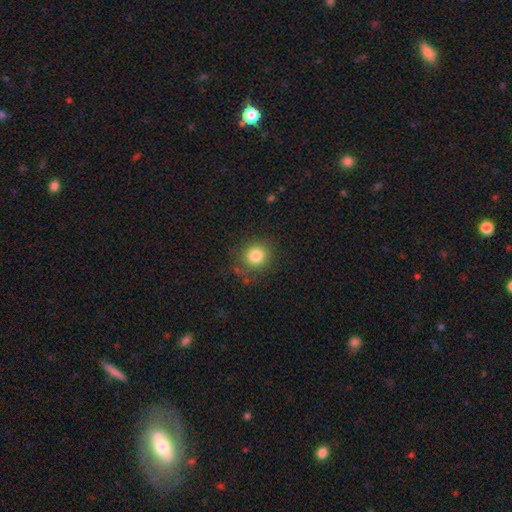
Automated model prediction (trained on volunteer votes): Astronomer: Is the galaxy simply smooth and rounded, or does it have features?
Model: smooth — 82%.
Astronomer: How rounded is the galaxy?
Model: round — 88%.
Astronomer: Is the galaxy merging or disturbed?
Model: none — 82%.